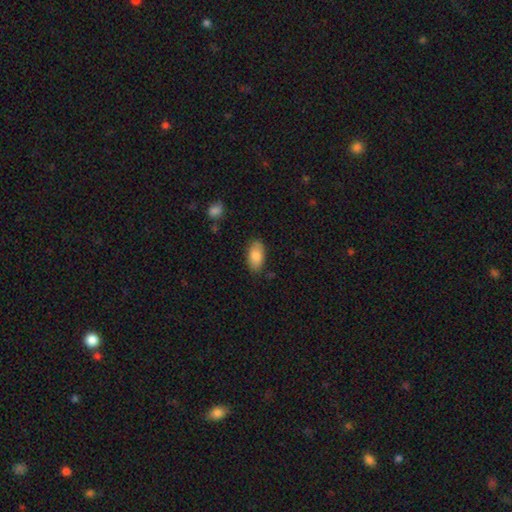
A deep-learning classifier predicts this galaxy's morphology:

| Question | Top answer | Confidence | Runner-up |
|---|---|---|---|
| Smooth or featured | smooth | 84% | featured or disk (9%) |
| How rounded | in between | 93% | cigar-shaped (4%) |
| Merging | none | 83% | minor disturbance (13%) |